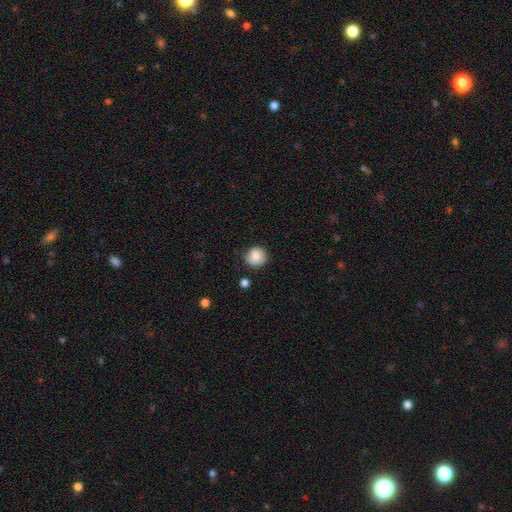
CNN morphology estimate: Smooth or featured: smooth — 84% (star or artifact — 8%)
How rounded: round — 89% (in between — 10%)
Merging: none — 74% (minor disturbance — 19%)